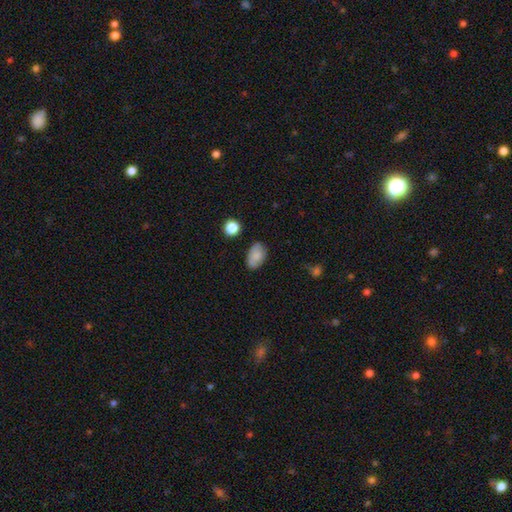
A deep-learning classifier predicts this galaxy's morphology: A smooth galaxy with no disk features (82%) that is in between round and cigar-shaped (89%).

Vote fractions:
- Smooth or featured? smooth: 82% / featured or disk: 10% / star or artifact: 8%
- How rounded? in between: 89% / round: 10% / cigar-shaped: 1%
- Merging? none: 75% / minor disturbance: 19% / major disturbance: 4% / merger: 2%